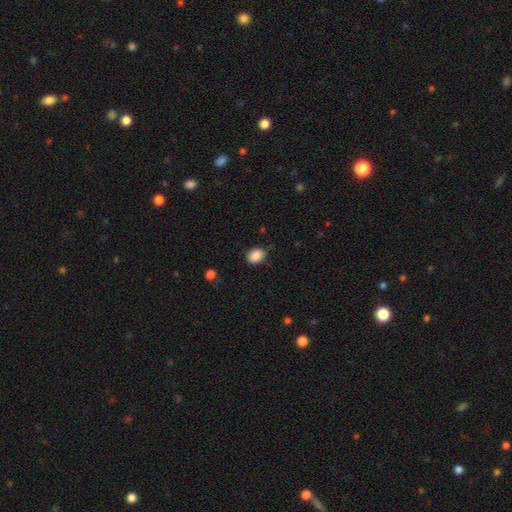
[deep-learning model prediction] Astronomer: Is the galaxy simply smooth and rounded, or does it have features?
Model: smooth — 88%.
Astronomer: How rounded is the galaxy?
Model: in between — 57% (runner-up: round, 42%).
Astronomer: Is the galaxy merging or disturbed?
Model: none — 79%.